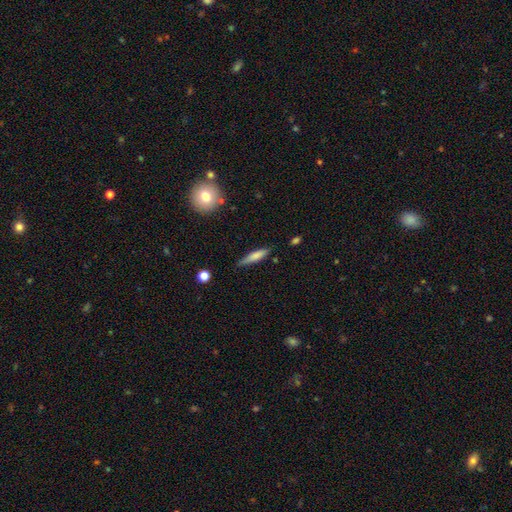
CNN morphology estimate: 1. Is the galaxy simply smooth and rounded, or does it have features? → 68% smooth, 25% featured or disk, 7% star or artifact.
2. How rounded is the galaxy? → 83% cigar-shaped, 15% in between, 2% round.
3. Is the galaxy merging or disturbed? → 79% none, 16% minor disturbance, 3% major disturbance, 2% merger.